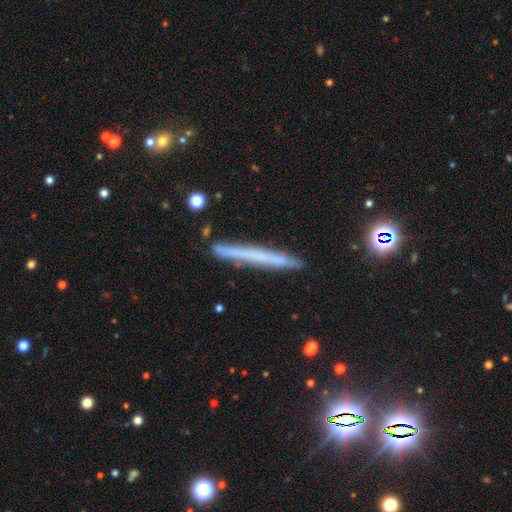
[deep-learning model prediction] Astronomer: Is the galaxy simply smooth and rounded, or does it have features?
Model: smooth — 48% (runner-up: featured or disk, 41%).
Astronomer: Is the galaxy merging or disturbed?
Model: none — 87%.